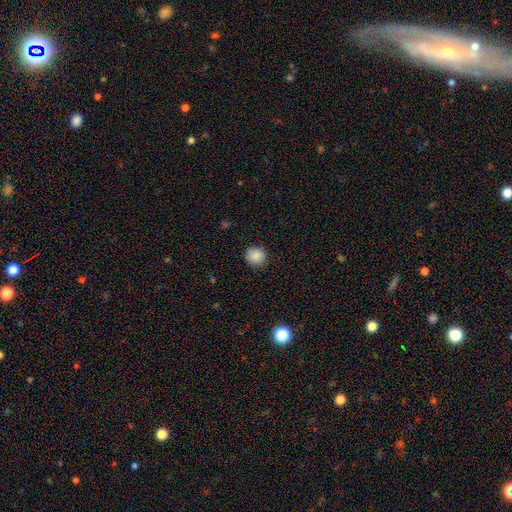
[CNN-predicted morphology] Smooth or featured?
  - smooth: 87% *
  - star or artifact: 9%
  - featured or disk: 4%
How rounded?
  - round: 84% *
  - in between: 15%
  - cigar-shaped: 1%
Merging?
  - none: 87% *
  - minor disturbance: 10%
  - major disturbance: 2%
  - merger: 1%